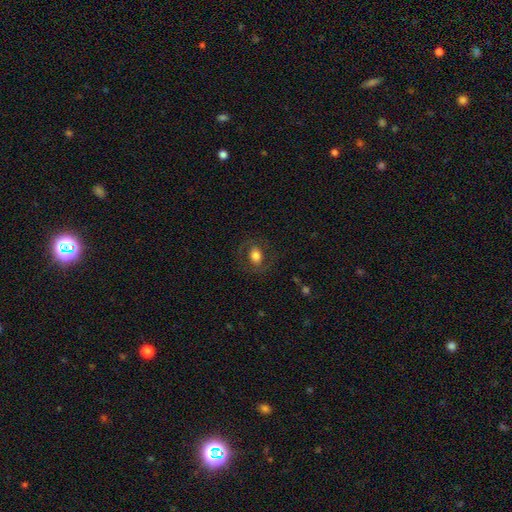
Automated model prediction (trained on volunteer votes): Smooth or featured?
  - smooth: 66% *
  - featured or disk: 26%
  - star or artifact: 9%
How rounded?
  - in between: 62% *
  - round: 36%
  - cigar-shaped: 1%
Merging?
  - none: 77% *
  - minor disturbance: 12%
  - major disturbance: 9%
  - merger: 1%